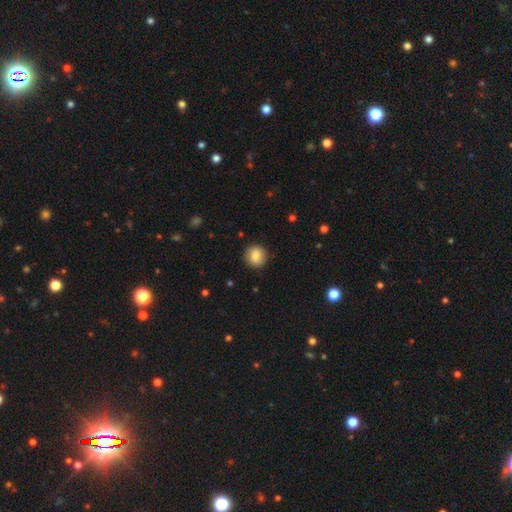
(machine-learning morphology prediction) A smooth galaxy with no disk features (84%) that is round (90%). Merging: none (90%).